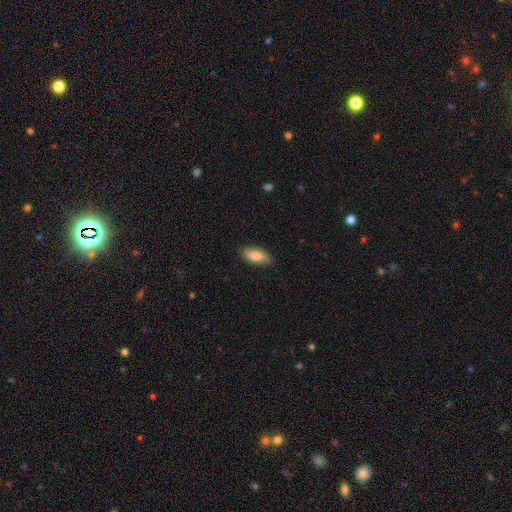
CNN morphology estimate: smooth 73%, featured or disk 21%, star or artifact 6%. Down the decision tree: how rounded — in between (82%); merging — none (83%).